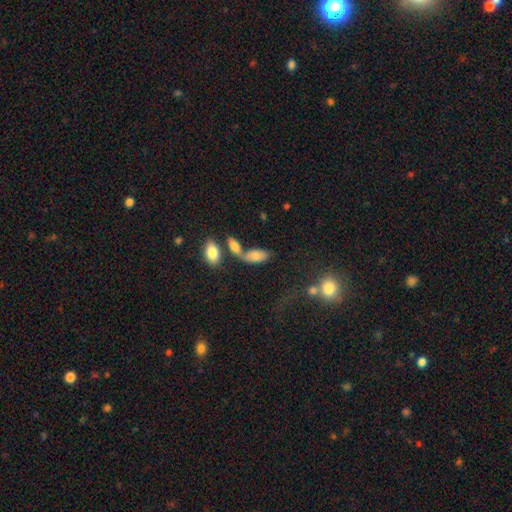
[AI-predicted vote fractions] Smooth or featured? smooth (75%)
How rounded? in between (89%)
Merging? none (41%)